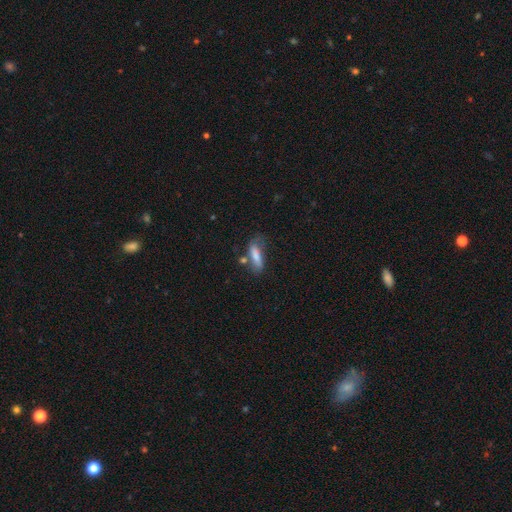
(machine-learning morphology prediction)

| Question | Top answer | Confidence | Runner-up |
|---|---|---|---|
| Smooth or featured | smooth | 72% | featured or disk (21%) |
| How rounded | cigar-shaped | 49% | in between (48%) |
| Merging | none | 46% | minor disturbance (27%) |